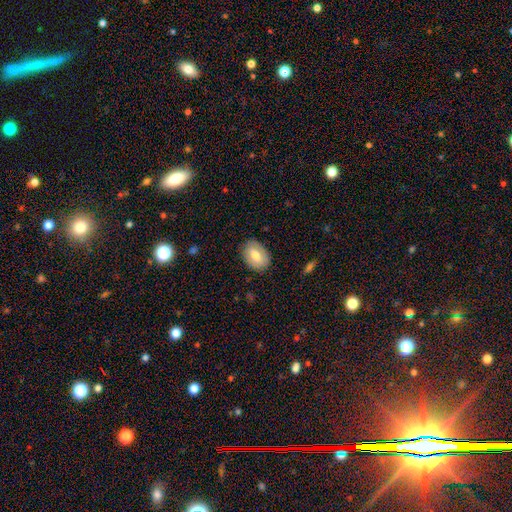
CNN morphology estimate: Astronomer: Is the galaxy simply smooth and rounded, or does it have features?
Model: smooth — 68%.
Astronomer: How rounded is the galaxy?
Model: in between — 81%.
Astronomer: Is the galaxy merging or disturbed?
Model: none — 84%.